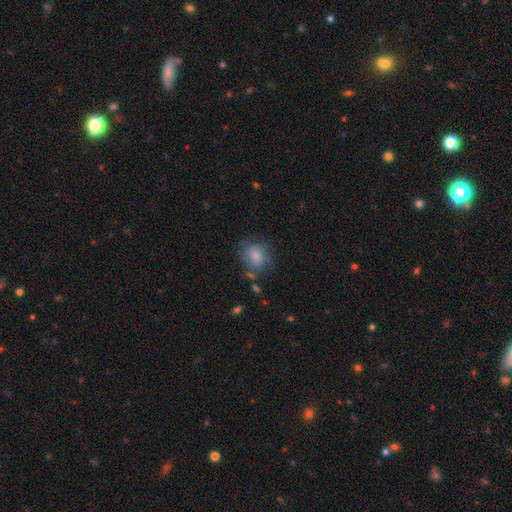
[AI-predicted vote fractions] smooth 71%, featured or disk 21%, star or artifact 8%. Down the decision tree: how rounded — round (69%); merging — none (58%).